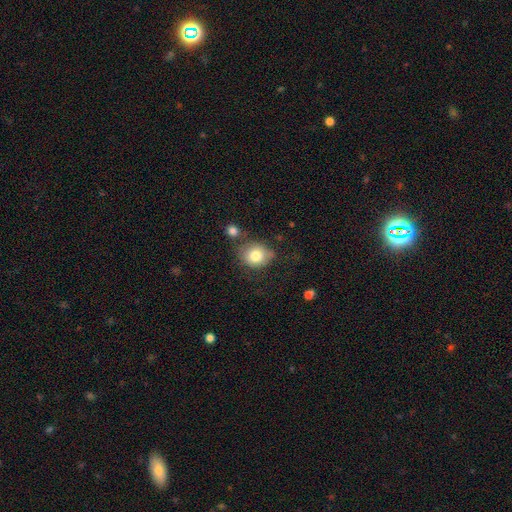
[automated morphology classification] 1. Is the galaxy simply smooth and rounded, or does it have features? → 80% smooth, 11% featured or disk, 9% star or artifact.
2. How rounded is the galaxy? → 70% round, 29% in between, 1% cigar-shaped.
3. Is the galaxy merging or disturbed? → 60% none, 20% minor disturbance, 12% merger, 7% major disturbance.